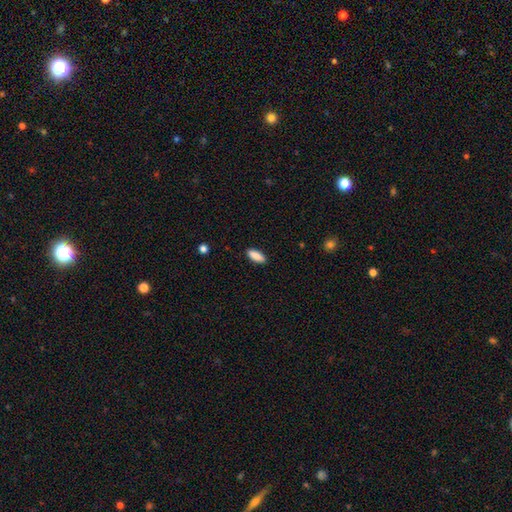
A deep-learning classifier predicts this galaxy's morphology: smooth 89%, star or artifact 7%, featured or disk 5%. Down the decision tree: how rounded — in between (74%); merging — none (89%).